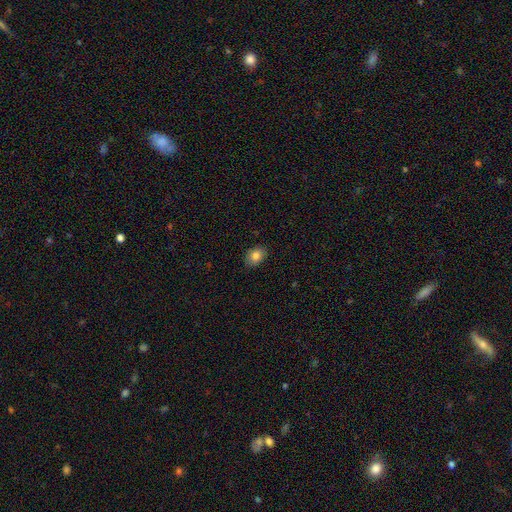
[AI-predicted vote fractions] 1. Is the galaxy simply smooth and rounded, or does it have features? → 84% smooth, 9% star or artifact, 7% featured or disk.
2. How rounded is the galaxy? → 69% in between, 30% round, 1% cigar-shaped.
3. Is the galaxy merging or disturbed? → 85% none, 12% minor disturbance, 2% major disturbance, 1% merger.